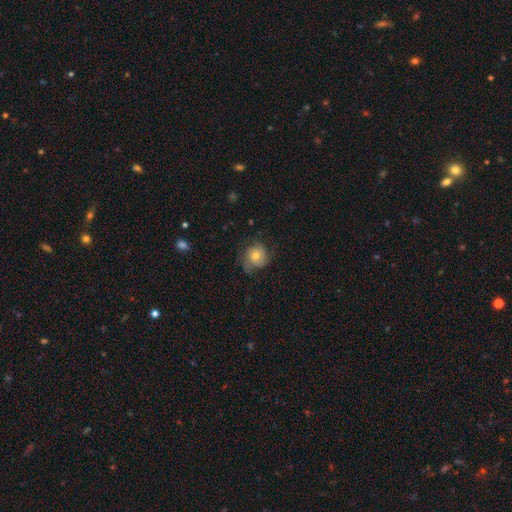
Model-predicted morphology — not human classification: Smooth or featured? Predicted: smooth (p=0.46). Merging? Predicted: none (p=0.62).